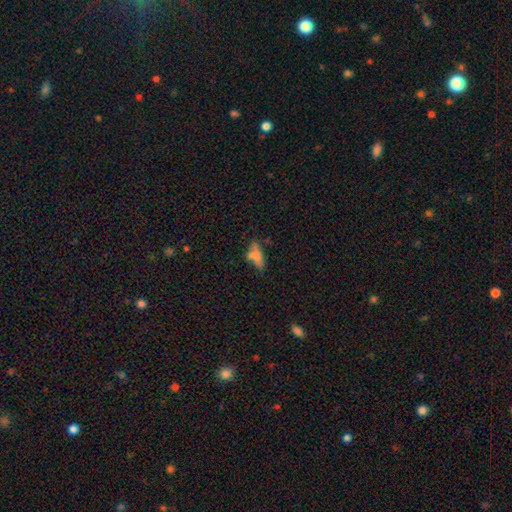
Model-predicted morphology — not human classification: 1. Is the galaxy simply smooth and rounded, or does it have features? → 62% smooth, 25% featured or disk, 14% star or artifact.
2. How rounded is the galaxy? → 67% in between, 28% cigar-shaped, 4% round.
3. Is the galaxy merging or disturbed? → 38% none, 23% minor disturbance, 22% merger, 17% major disturbance.